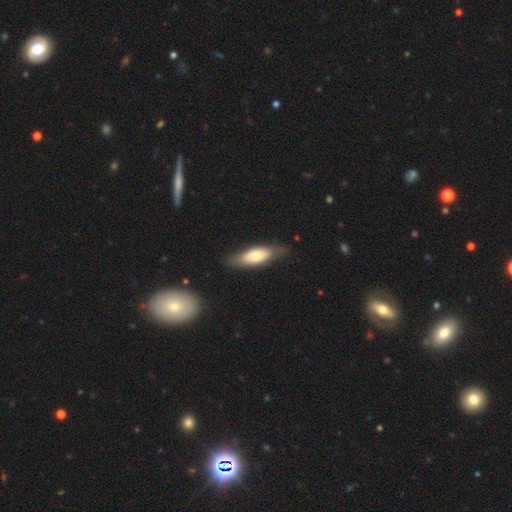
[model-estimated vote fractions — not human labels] Overall: smooth (63%; featured or disk 31%). How rounded: in between (61%; cigar-shaped 36%). Merging: none (75%).